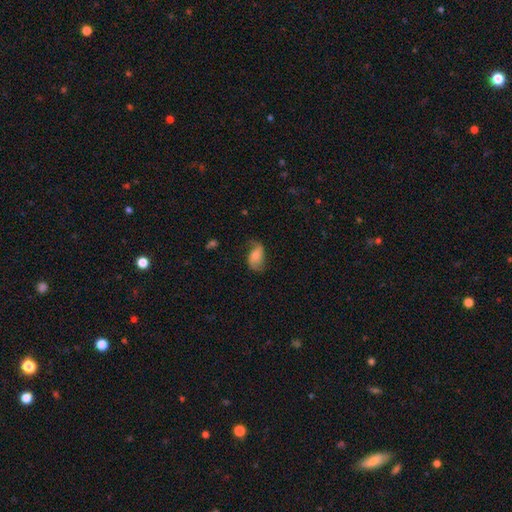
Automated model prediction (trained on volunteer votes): Smooth or featured? featured or disk (47%)
Merging? none (60%)